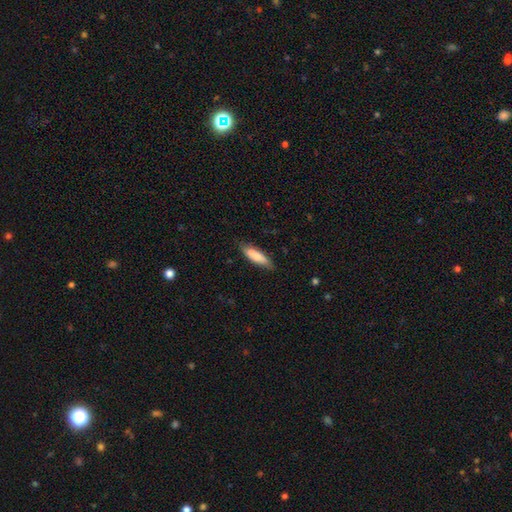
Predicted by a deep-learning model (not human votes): Q: Smooth or featured?
A: smooth (77%); runner-up: featured or disk (17%)
Q: How rounded?
A: cigar-shaped (59%); runner-up: in between (40%)
Q: Merging?
A: none (74%); runner-up: minor disturbance (18%)